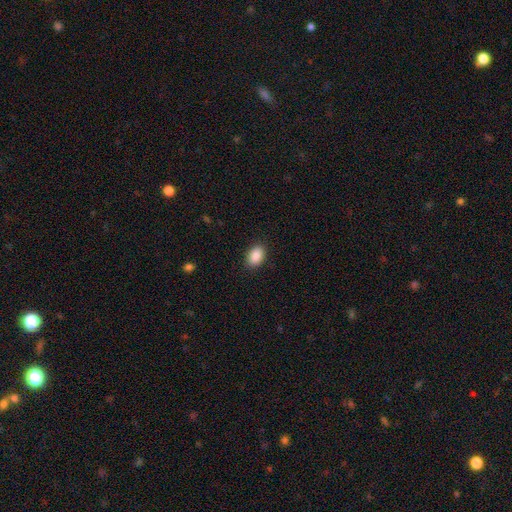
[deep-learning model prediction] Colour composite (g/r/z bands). It shows a smooth galaxy with no disk features (90%) that is in between round and cigar-shaped (87%). Merging: none (88%).